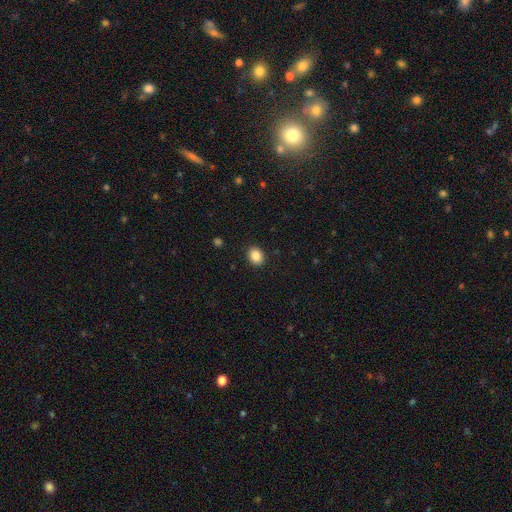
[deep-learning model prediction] This appears to be a smooth galaxy with no disk features (87%) that is round (54%). Merging: none (91%).